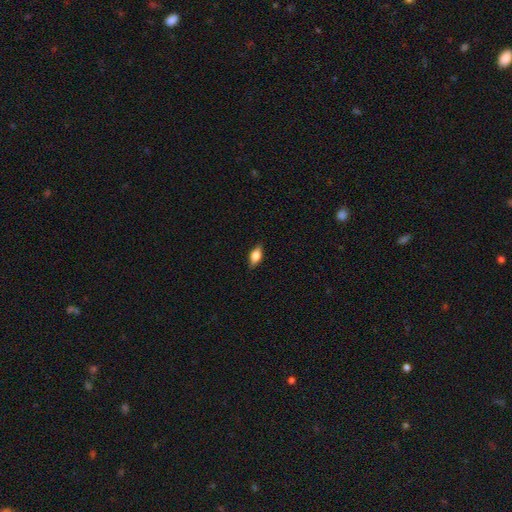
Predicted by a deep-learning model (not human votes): A smooth galaxy with no disk features (76%) that is in between round and cigar-shaped (85%).

Vote fractions:
- Smooth or featured? smooth: 76% / featured or disk: 17% / star or artifact: 7%
- How rounded? in between: 85% / cigar-shaped: 11% / round: 4%
- Merging? none: 86% / minor disturbance: 11% / major disturbance: 2% / merger: 1%